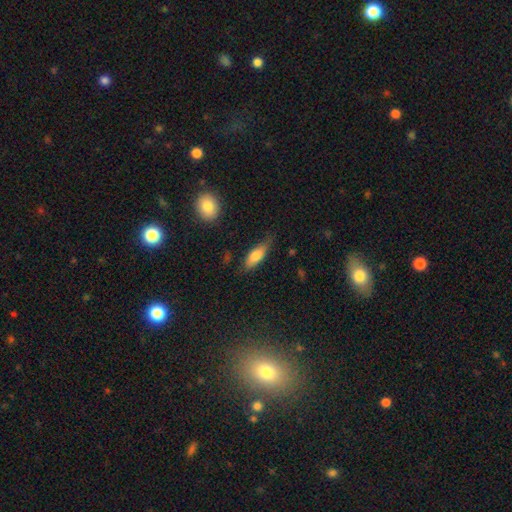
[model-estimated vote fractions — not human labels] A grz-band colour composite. It shows a smooth galaxy with no disk features (76%) that is in between round and cigar-shaped (69%). Merging: none (68%).